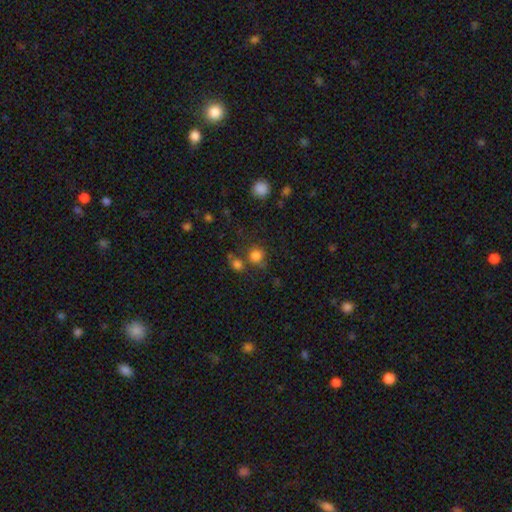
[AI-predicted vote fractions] Overall: smooth (80%). How rounded: round (89%). Merging: none (66%).